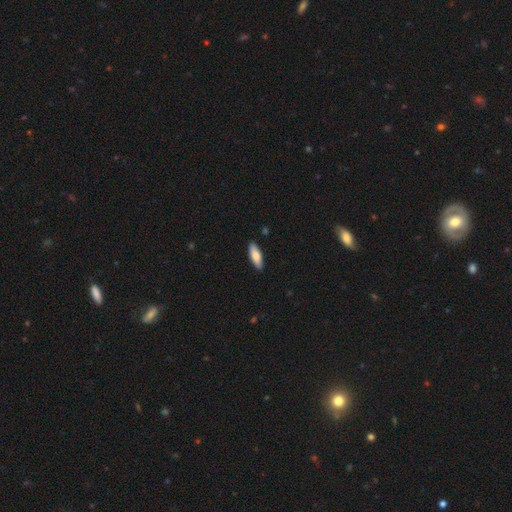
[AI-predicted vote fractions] Q: Smooth or featured?
A: smooth (80%); runner-up: featured or disk (14%)
Q: How rounded?
A: in between (60%); runner-up: cigar-shaped (38%)
Q: Merging?
A: none (89%); runner-up: minor disturbance (9%)